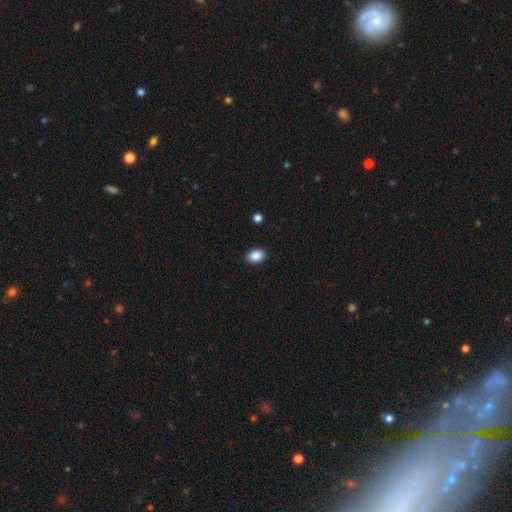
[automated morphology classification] Smooth or featured? Predicted: smooth (p=0.87). How rounded? Predicted: in between (p=0.72). Merging? Predicted: none (p=0.89).